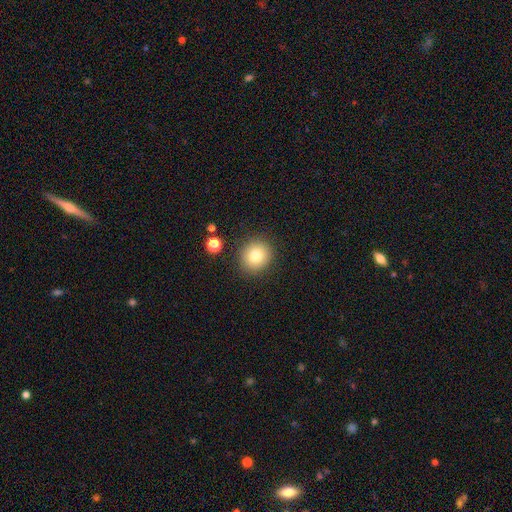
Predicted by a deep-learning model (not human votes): smooth-or-featured: smooth: 78% | star or artifact: 11% | featured or disk: 10%
  how-rounded: round: 86% | in between: 13% | cigar-shaped: 1%
  merging: none: 87% | minor disturbance: 8% | major disturbance: 3% | merger: 2%